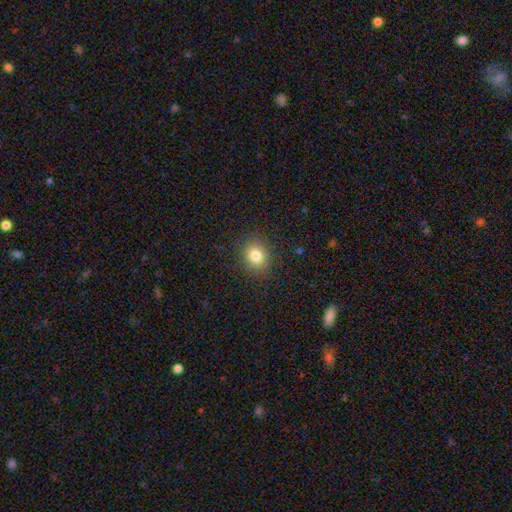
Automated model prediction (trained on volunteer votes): Smooth or featured? Predicted: smooth (p=0.81). How rounded? Predicted: round (p=0.69). Merging? Predicted: none (p=0.89).